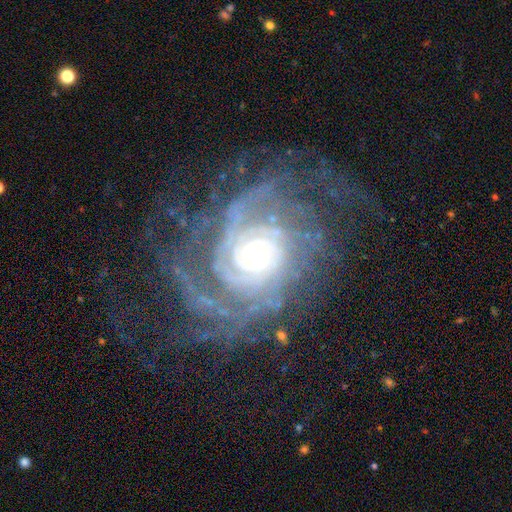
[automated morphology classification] Overall: featured or disk (90%). Edge-on disk: no (97%). Bar: no (77%). Spiral arms: yes (98%). Spiral arm count: can't tell (22%; 2 21%). Spiral winding: tight (72%). Bulge size: small (72%). Merging: none (65%).